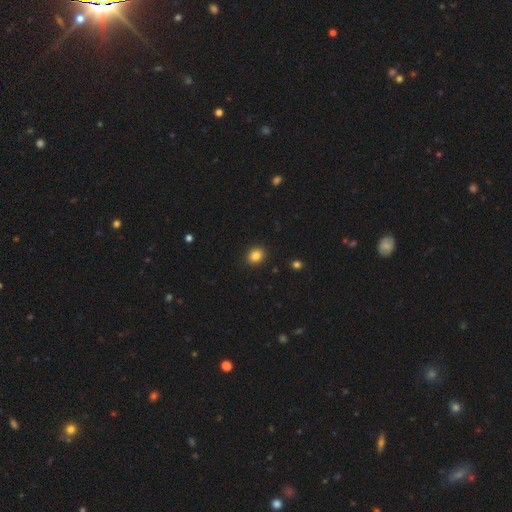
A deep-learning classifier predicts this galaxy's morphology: Smooth or featured? Predicted: smooth (p=0.85). How rounded? Predicted: round (p=0.59). Merging? Predicted: none (p=0.90).